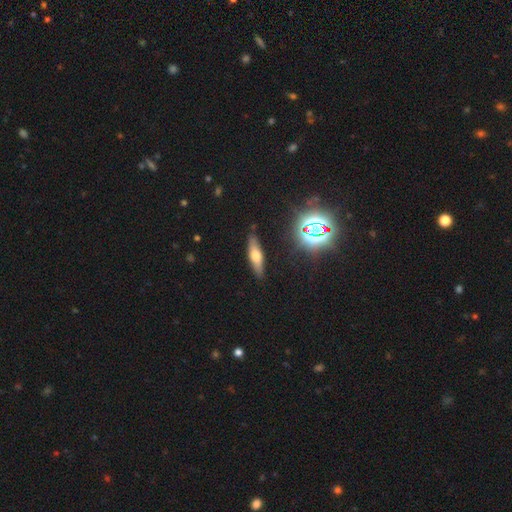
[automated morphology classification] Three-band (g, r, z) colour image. It shows a smooth galaxy with no disk features (47%). Merging: none (86%).